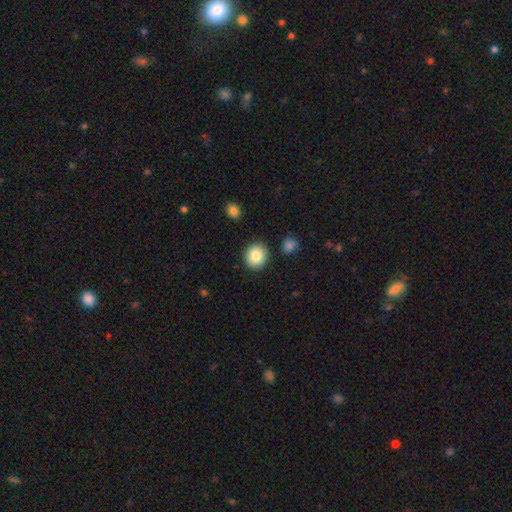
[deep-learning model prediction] A smooth galaxy with no disk features (86%) that is round (86%). Merging: none (89%).